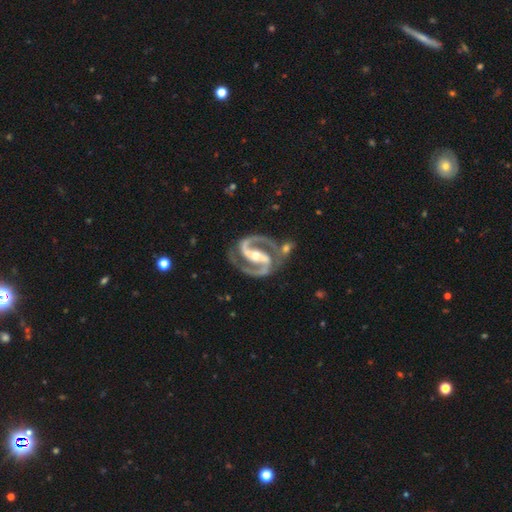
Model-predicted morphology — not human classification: Smooth or featured: featured or disk — 95% (star or artifact — 3%)
Edge-on disk: no — 98% (yes — 2%)
Bar: strong — 73% (weak — 19%)
Spiral arms: yes — 99% (no — 1%)
Spiral winding: medium — 61% (tight — 30%)
Spiral arm count: 2 — 95% (3 — 1%)
Bulge size: moderate — 57% (small — 38%)
Merging: none — 76% (minor disturbance — 13%)